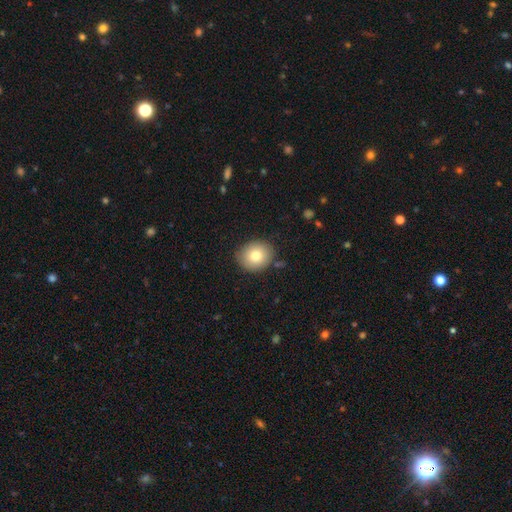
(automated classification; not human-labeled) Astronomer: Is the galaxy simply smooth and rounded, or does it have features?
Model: smooth — 79%.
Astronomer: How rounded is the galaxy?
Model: round — 71%.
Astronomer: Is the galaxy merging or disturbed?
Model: none — 85%.